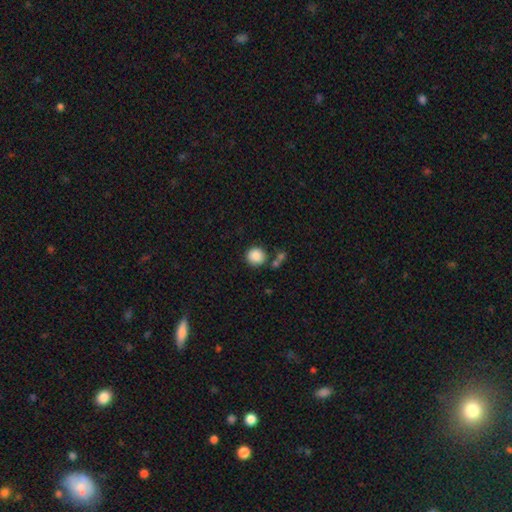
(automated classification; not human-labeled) smooth_or_featured: smooth (p=0.88) [alt: star or artifact p=0.08]
how_rounded: round (p=0.91) [alt: in between p=0.08]
merging: none (p=0.74) [alt: merger p=0.11]